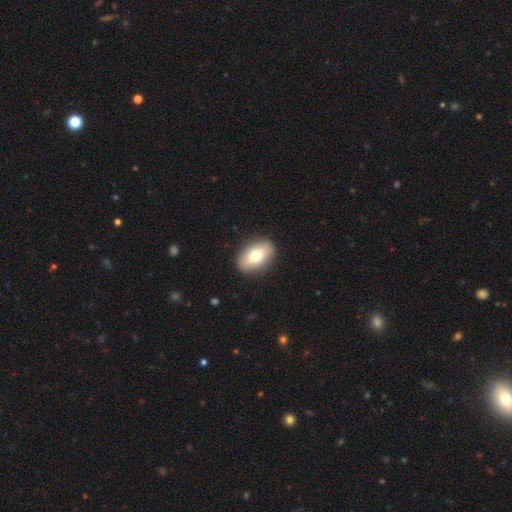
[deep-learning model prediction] smooth_or_featured: smooth (p=0.78) [alt: featured or disk p=0.15]
how_rounded: in between (p=0.90) [alt: round p=0.08]
merging: none (p=0.89) [alt: minor disturbance p=0.08]